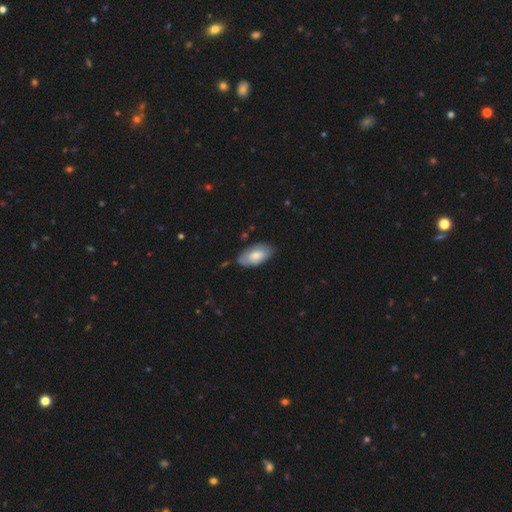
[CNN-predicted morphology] Smooth or featured?
  - smooth: 74% *
  - featured or disk: 20%
  - star or artifact: 6%
How rounded?
  - in between: 94% *
  - cigar-shaped: 3%
  - round: 2%
Merging?
  - none: 74% *
  - minor disturbance: 20%
  - major disturbance: 3%
  - merger: 2%